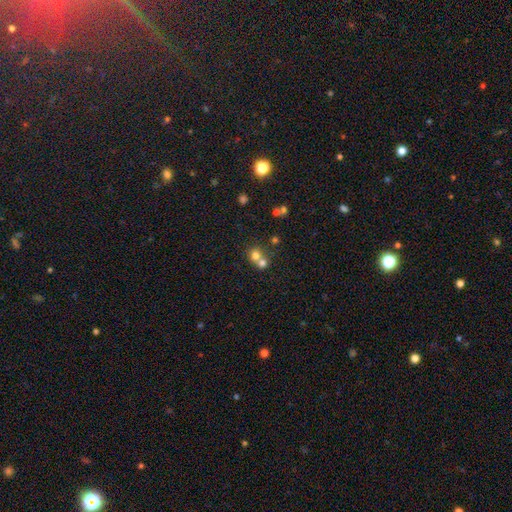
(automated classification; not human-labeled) Smooth or featured: smooth — 72% (featured or disk — 14%)
How rounded: round — 83% (in between — 16%)
Merging: merger — 55% (none — 37%)